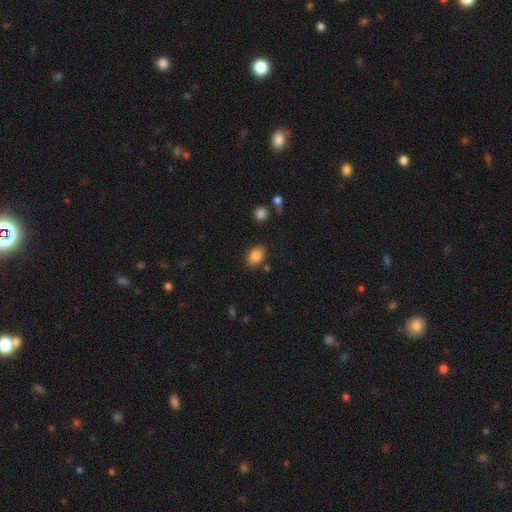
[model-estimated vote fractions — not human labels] A smooth galaxy with no disk features (84%) that is in between round and cigar-shaped (76%).

Vote fractions:
- Smooth or featured? smooth: 84% / star or artifact: 10% / featured or disk: 6%
- How rounded? in between: 76% / round: 22% / cigar-shaped: 1%
- Merging? none: 81% / minor disturbance: 12% / merger: 4% / major disturbance: 3%